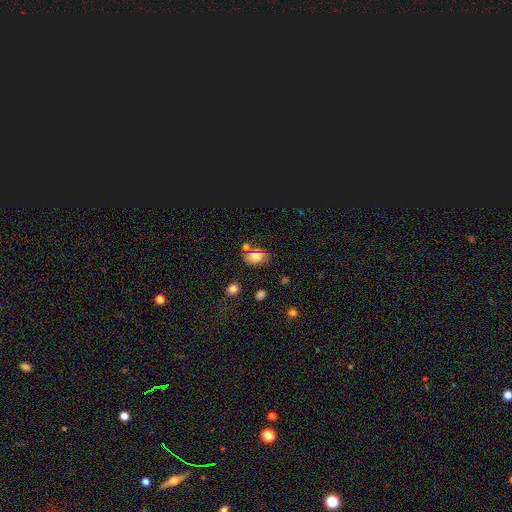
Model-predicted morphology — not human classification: smooth-or-featured: smooth: 76% | star or artifact: 13% | featured or disk: 11%
  how-rounded: in between: 68% | round: 30% | cigar-shaped: 2%
  merging: none: 63% | minor disturbance: 18% | merger: 15% | major disturbance: 5%